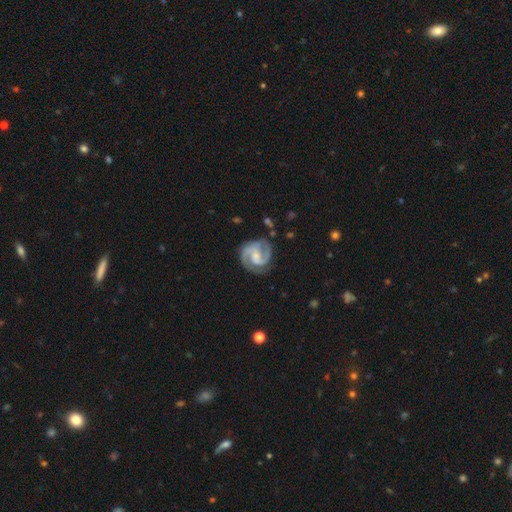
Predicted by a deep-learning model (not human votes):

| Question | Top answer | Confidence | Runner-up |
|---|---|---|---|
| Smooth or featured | featured or disk | 90% | smooth (6%) |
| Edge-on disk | no | 98% | yes (2%) |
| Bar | weak | 45% | no (44%) |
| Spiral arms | yes | 98% | no (2%) |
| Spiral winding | medium | 53% | tight (37%) |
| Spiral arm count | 2 | 84% | 3 (8%) |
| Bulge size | small | 51% | moderate (32%) |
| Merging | none | 77% | minor disturbance (16%) |